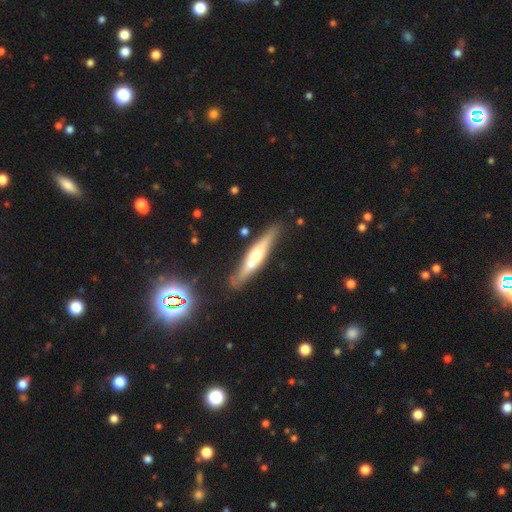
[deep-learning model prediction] The model was most divided on "smooth or featured": featured or disk: 61%, smooth: 33%, star or artifact: 6%. More confident: edge-on disk — yes (91%); edge-on bulge — rounded (83%); merging — none (75%).